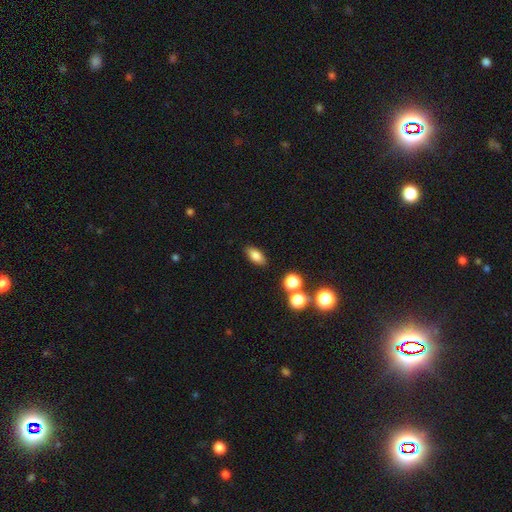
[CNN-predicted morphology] Smooth or featured: smooth — 81% (star or artifact — 10%)
How rounded: in between — 85% (cigar-shaped — 8%)
Merging: none — 85% (minor disturbance — 9%)